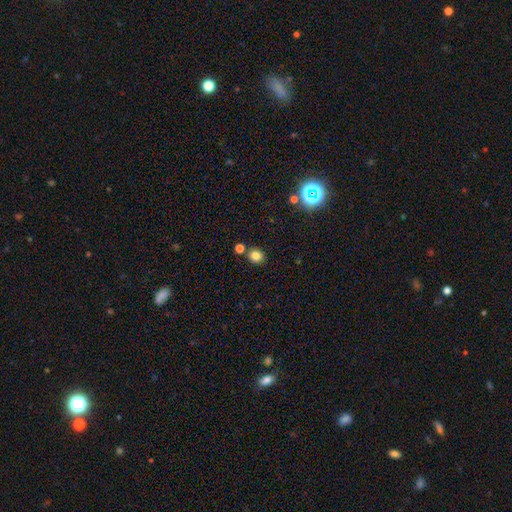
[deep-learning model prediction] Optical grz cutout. It shows a smooth galaxy with no disk features (81%) that is round (75%). Merging: none (81%).